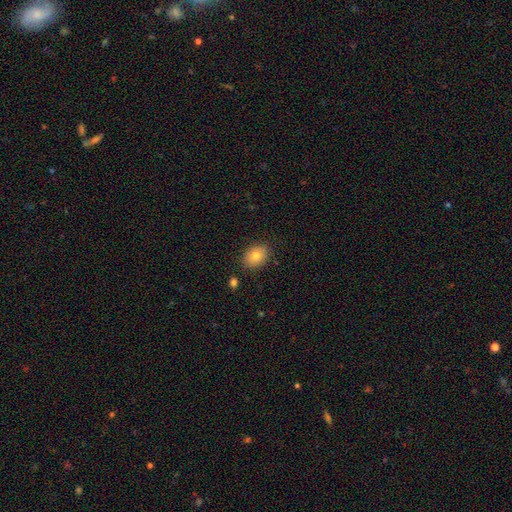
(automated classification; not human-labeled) Smooth or featured? Predicted: smooth (p=0.80). How rounded? Predicted: in between (p=0.73). Merging? Predicted: none (p=0.86).